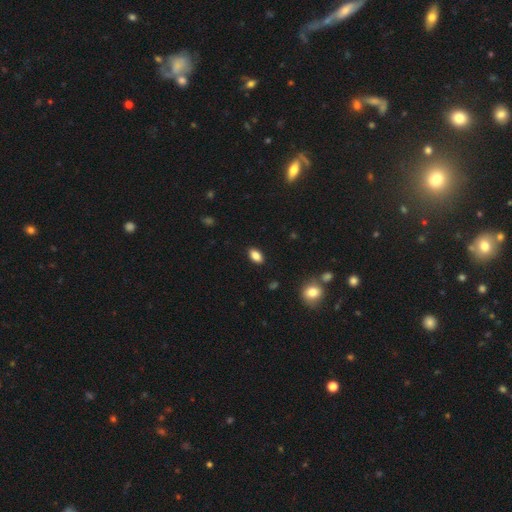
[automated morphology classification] smooth_or_featured: smooth (p=0.85) [alt: star or artifact p=0.09]
how_rounded: in between (p=0.90) [alt: round p=0.07]
merging: none (p=0.89) [alt: minor disturbance p=0.08]